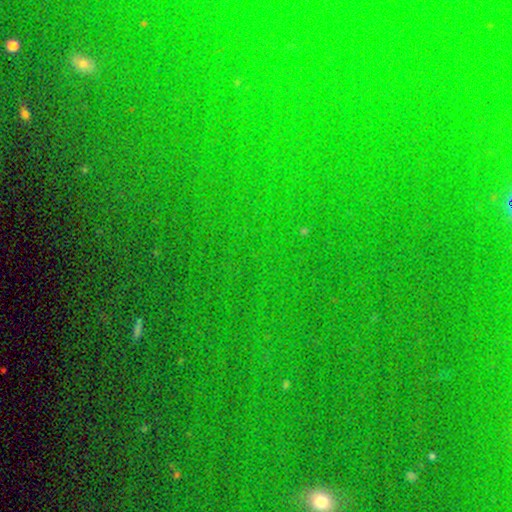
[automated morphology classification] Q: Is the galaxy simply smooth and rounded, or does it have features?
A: star or artifact — 78%.